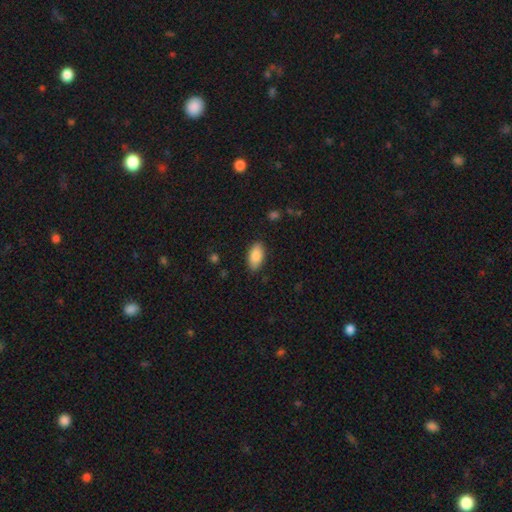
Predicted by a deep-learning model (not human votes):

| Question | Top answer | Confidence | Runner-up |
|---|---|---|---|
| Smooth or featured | smooth | 87% | star or artifact (6%) |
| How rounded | in between | 93% | cigar-shaped (4%) |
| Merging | none | 87% | minor disturbance (10%) |